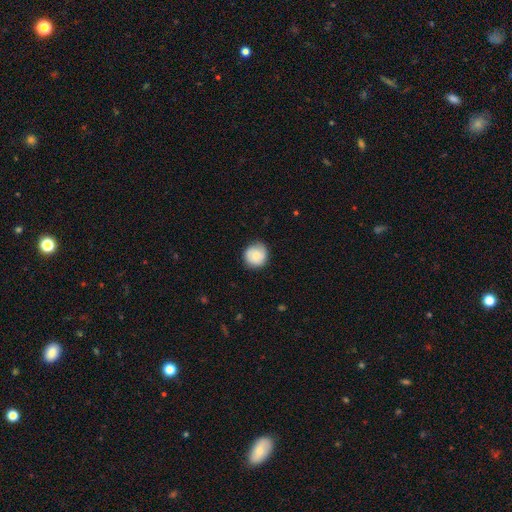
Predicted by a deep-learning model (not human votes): Smooth or featured? Predicted: smooth (p=0.78). How rounded? Predicted: round (p=0.93). Merging? Predicted: none (p=0.80).